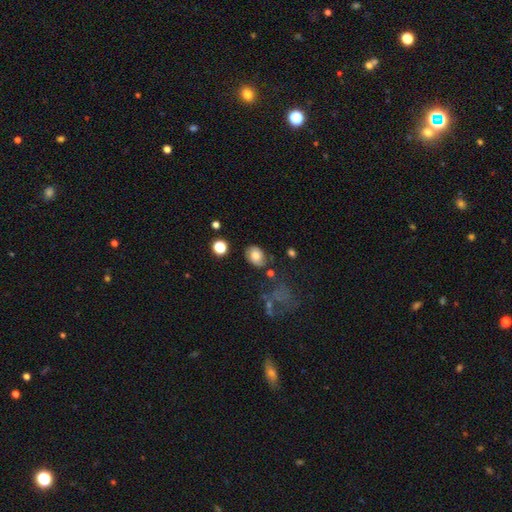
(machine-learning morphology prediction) Smooth or featured: smooth — 66% (featured or disk — 24%)
How rounded: in between — 64% (round — 35%)
Merging: none — 66% (minor disturbance — 21%)